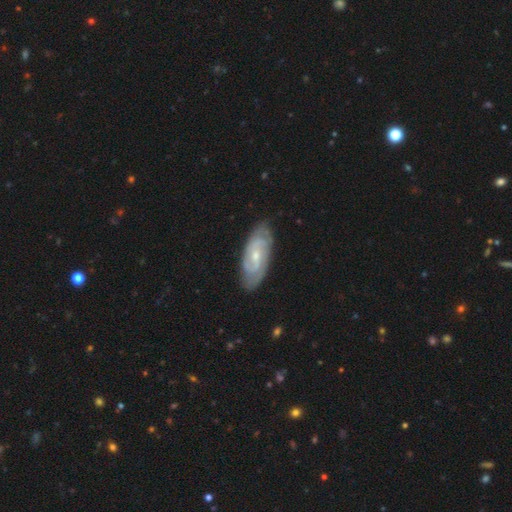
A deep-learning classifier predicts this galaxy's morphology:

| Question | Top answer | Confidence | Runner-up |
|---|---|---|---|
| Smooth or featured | featured or disk | 81% | smooth (14%) |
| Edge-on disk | no | 92% | yes (8%) |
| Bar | weak | 45% | tied: no (45%) |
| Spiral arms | yes | 95% | no (5%) |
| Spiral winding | tight | 59% | medium (33%) |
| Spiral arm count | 2 | 53% | can't tell (25%) |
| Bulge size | small | 61% | moderate (34%) |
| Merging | none | 81% | minor disturbance (15%) |